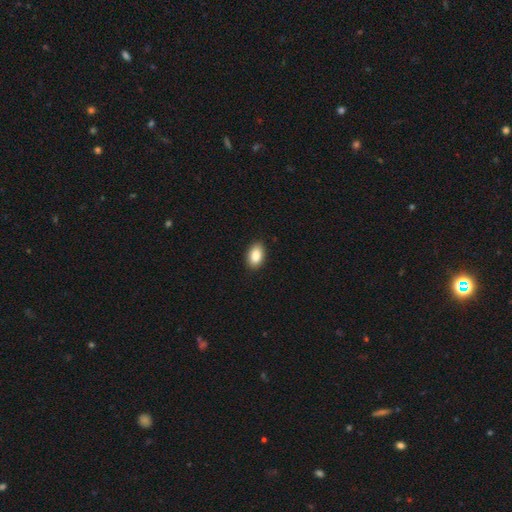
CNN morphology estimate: Overall: smooth (88%). How rounded: in between (90%). Merging: none (88%).